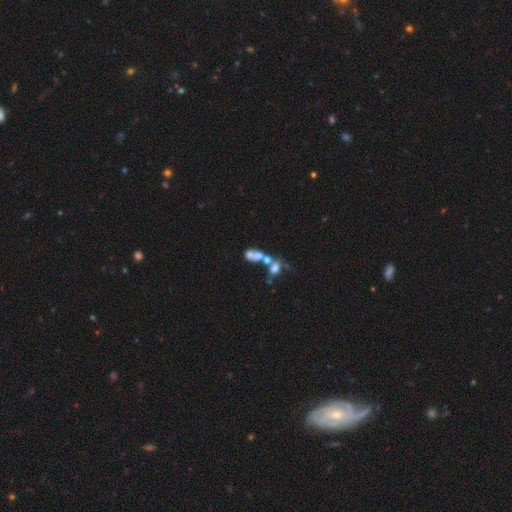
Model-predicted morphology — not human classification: This is possibly a smooth galaxy (46%). Merging: likely merger (64%).